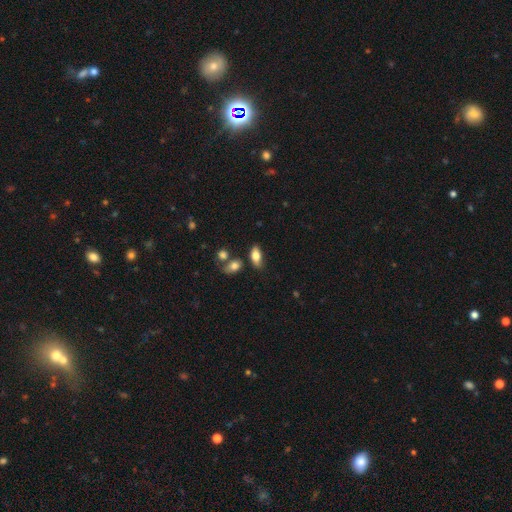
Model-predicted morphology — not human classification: A smooth galaxy with no disk features (78%) that is in between round and cigar-shaped (87%).

Vote fractions:
- Smooth or featured? smooth: 78% / featured or disk: 13% / star or artifact: 8%
- How rounded? in between: 87% / cigar-shaped: 7% / round: 6%
- Merging? none: 60% / minor disturbance: 22% / merger: 11% / major disturbance: 7%